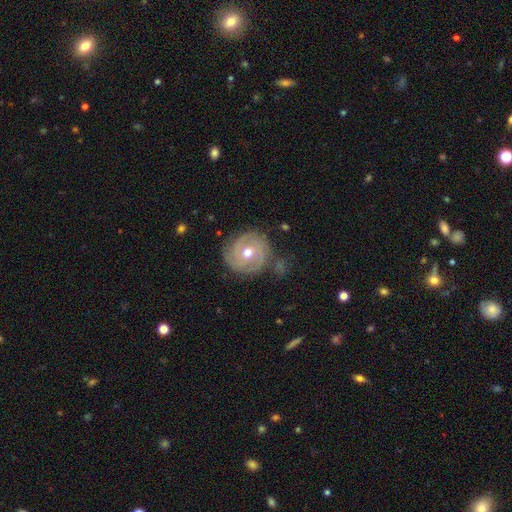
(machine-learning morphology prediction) featured or disk 79%, smooth 14%, star or artifact 7%. Down the decision tree: edge-on disk — no (97%); bar — no (66%); spiral arms — yes (91%); spiral arm count — 3 (36%); spiral winding — tight (67%); bulge size — moderate (77%); merging — none (77%).